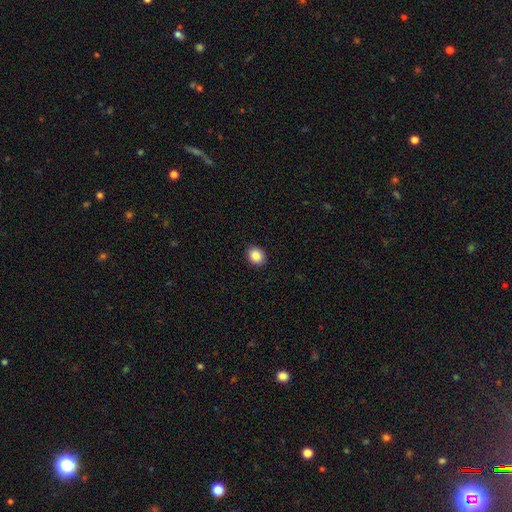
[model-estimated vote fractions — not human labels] Smooth or featured? Predicted: smooth (p=0.87). How rounded? Predicted: round (p=0.54). Merging? Predicted: none (p=0.91).